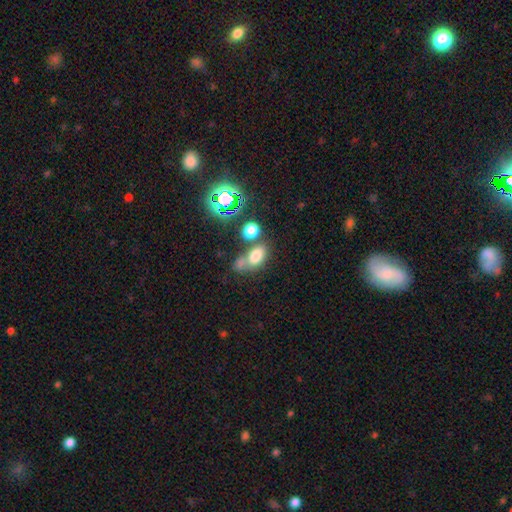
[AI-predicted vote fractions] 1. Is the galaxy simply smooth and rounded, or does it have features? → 70% smooth, 18% star or artifact, 12% featured or disk.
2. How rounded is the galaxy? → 81% in between, 15% round, 4% cigar-shaped.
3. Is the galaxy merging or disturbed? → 42% none, 37% merger, 14% minor disturbance, 8% major disturbance.